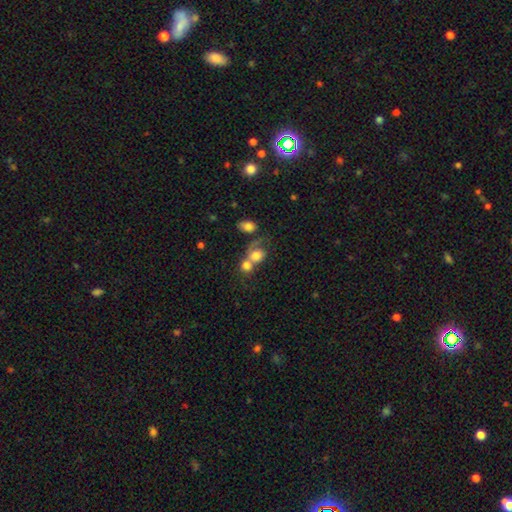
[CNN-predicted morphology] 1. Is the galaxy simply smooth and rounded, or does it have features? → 70% smooth, 20% featured or disk, 11% star or artifact.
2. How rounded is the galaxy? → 60% round, 38% in between, 2% cigar-shaped.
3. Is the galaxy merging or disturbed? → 64% merger, 19% none, 9% major disturbance, 8% minor disturbance.